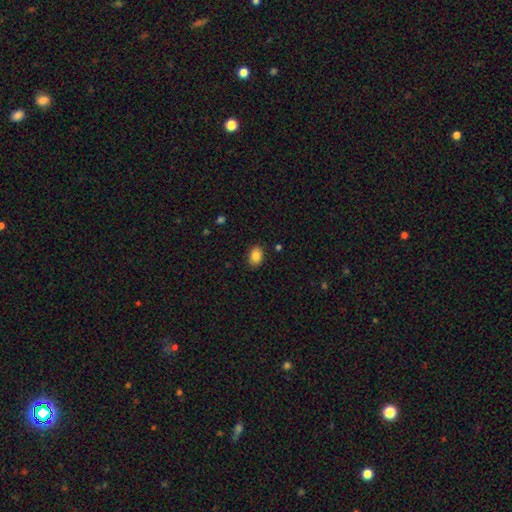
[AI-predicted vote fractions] Overall: smooth (85%). How rounded: in between (73%). Merging: none (88%).